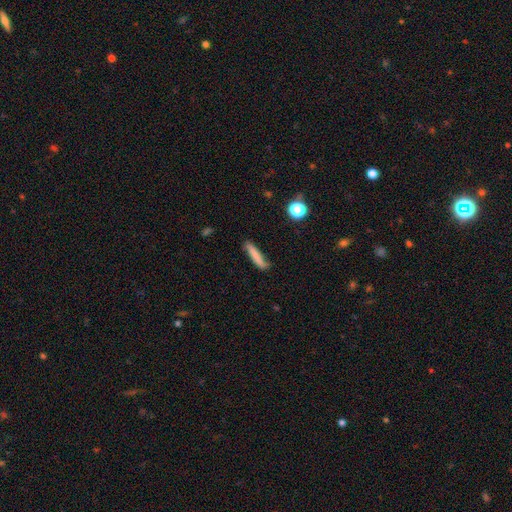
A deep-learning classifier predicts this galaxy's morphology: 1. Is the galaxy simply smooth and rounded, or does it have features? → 76% smooth, 17% featured or disk, 8% star or artifact.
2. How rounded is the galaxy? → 88% cigar-shaped, 10% in between, 2% round.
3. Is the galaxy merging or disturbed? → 70% none, 22% minor disturbance, 5% major disturbance, 3% merger.